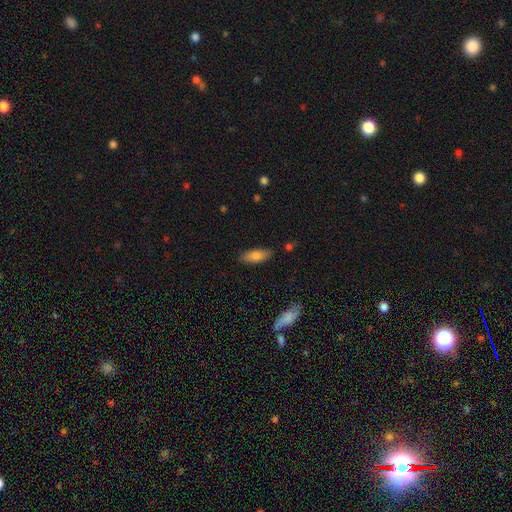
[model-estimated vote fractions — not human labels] smooth_or_featured: smooth (p=0.80) [alt: featured or disk p=0.13]
how_rounded: in between (p=0.74) [alt: cigar-shaped p=0.24]
merging: none (p=0.83) [alt: minor disturbance p=0.12]